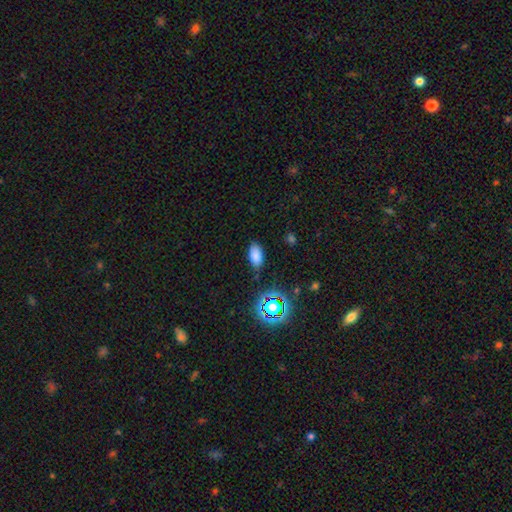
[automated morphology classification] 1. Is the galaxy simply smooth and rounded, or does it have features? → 78% smooth, 16% star or artifact, 6% featured or disk.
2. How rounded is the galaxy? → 92% in between, 4% round, 4% cigar-shaped.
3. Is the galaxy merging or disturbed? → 82% none, 13% minor disturbance, 3% major disturbance, 2% merger.